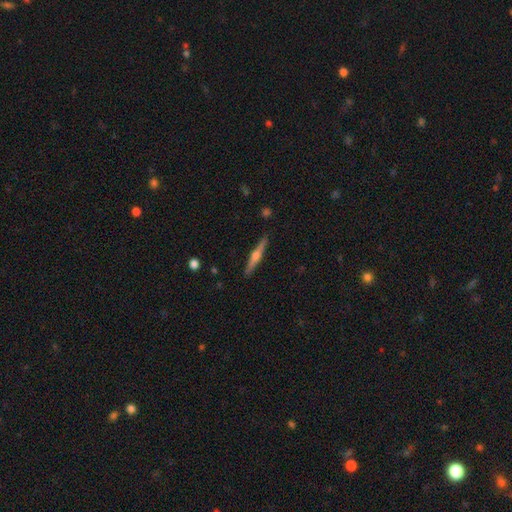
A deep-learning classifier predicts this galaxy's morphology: The model was most divided on "smooth or featured": featured or disk: 73%, smooth: 22%, star or artifact: 6%. More confident: edge-on disk — yes (98%); merging — none (91%); edge-on bulge — rounded (89%).